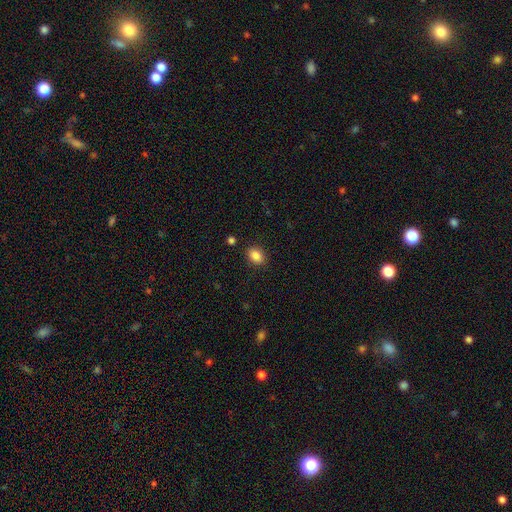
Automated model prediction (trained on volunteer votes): This is clearly a smooth galaxy (87%). How rounded: likely in between (73%). Merging: clearly none (87%).